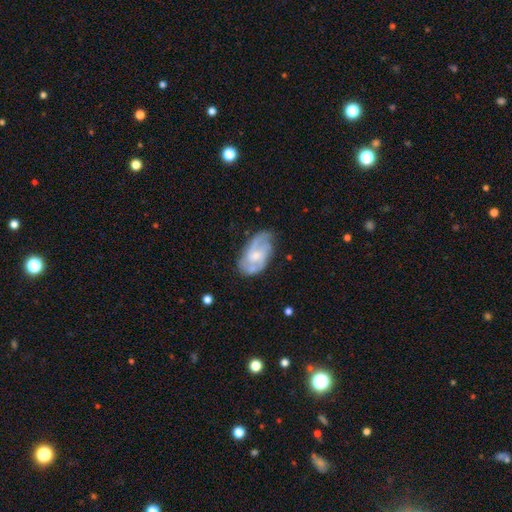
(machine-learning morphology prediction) Smooth or featured? featured or disk (75%)
Edge-on disk? no (96%)
Bar? no (49%)
Spiral arms? yes (90%)
Spiral winding? medium (48%)
Spiral arm count? 2 (54%)
Bulge size? small (52%)
Merging? none (63%)